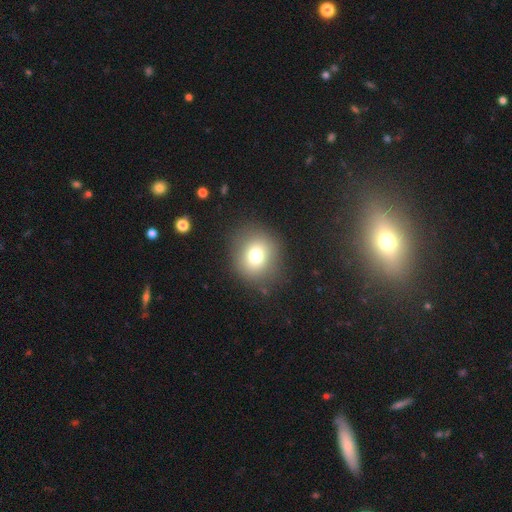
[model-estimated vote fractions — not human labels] Smooth or featured? Predicted: smooth (p=0.74). How rounded? Predicted: round (p=0.79). Merging? Predicted: none (p=0.83).